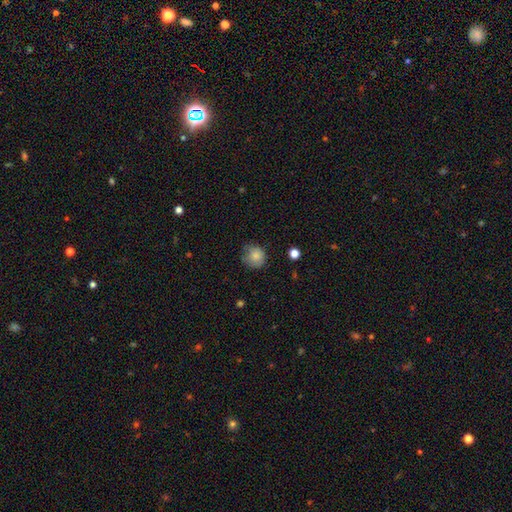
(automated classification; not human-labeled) smooth 80%, featured or disk 11%, star or artifact 9%. Down the decision tree: how rounded — round (84%); merging — none (63%).